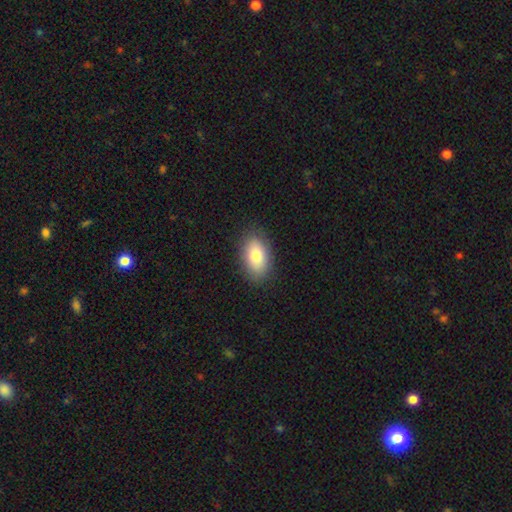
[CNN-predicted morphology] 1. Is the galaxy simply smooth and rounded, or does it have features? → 82% smooth, 11% featured or disk, 7% star or artifact.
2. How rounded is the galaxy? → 92% in between, 6% round, 2% cigar-shaped.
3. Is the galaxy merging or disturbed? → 86% none, 10% minor disturbance, 3% major disturbance, 1% merger.